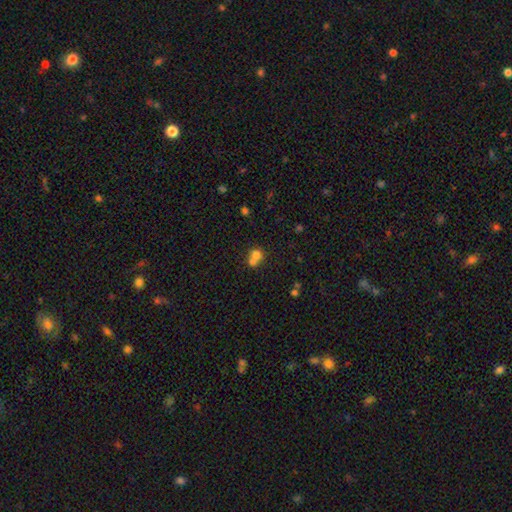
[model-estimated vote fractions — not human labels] Smooth or featured: smooth — 71% (featured or disk — 15%)
How rounded: round — 79% (in between — 20%)
Merging: merger — 60% (none — 32%)